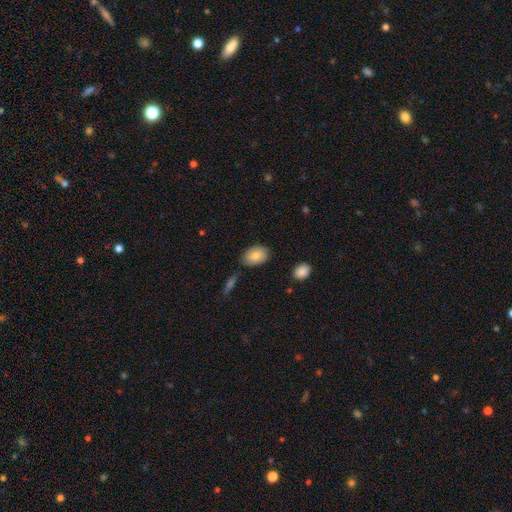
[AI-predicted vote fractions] Morphology: type=smooth (75%); roundness=in between (84%); merging=none (71%).